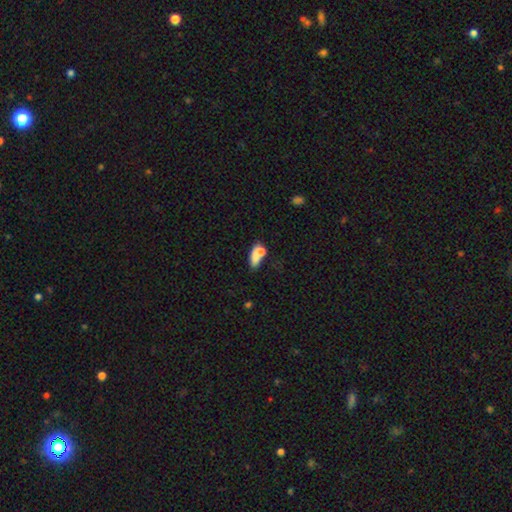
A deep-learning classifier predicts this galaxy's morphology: This appears to be a smooth galaxy with no disk features (71%) that is in between round and cigar-shaped (72%). Merging: merger (41%).